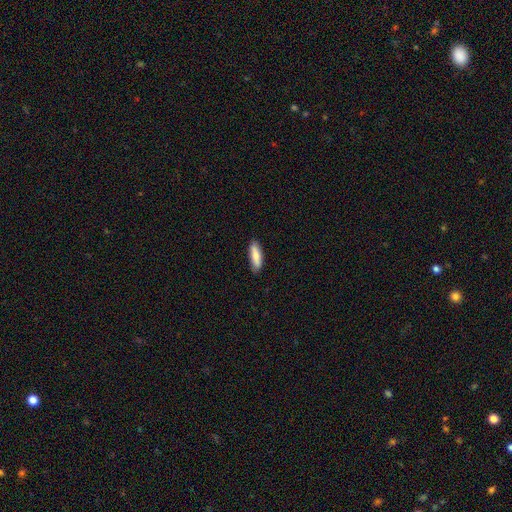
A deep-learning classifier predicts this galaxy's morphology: smooth-or-featured: smooth: 82% | featured or disk: 12% | star or artifact: 6%
  how-rounded: cigar-shaped: 53% | in between: 45% | round: 2%
  merging: none: 86% | minor disturbance: 11% | major disturbance: 2% | merger: 1%